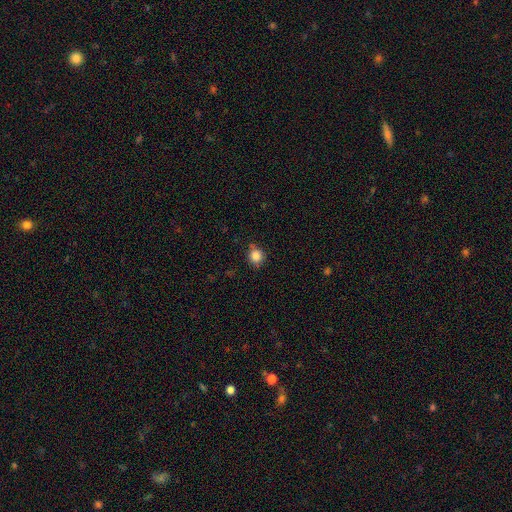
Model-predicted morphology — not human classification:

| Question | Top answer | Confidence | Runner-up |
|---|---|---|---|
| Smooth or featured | smooth | 85% | star or artifact (11%) |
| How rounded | round | 86% | in between (13%) |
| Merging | none | 77% | minor disturbance (17%) |